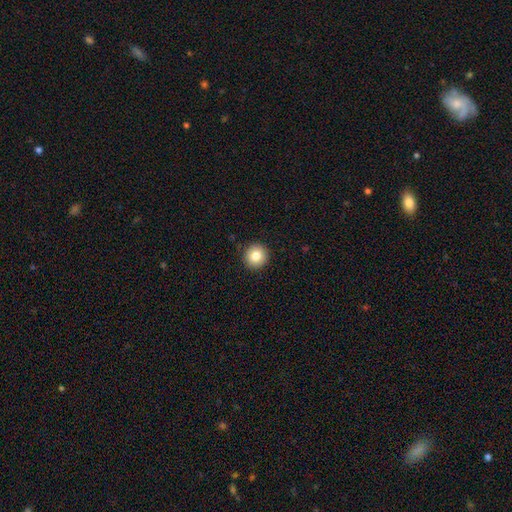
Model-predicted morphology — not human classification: The model was most divided on "smooth or featured": smooth: 82%, star or artifact: 10%, featured or disk: 8%. More confident: how rounded — round (95%); merging — none (92%).